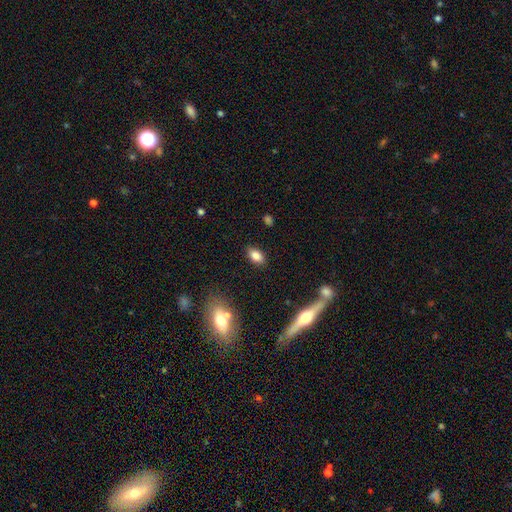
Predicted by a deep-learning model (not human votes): The model was most divided on "smooth or featured": smooth: 83%, star or artifact: 9%, featured or disk: 8%. More confident: how rounded — in between (89%); merging — none (86%).